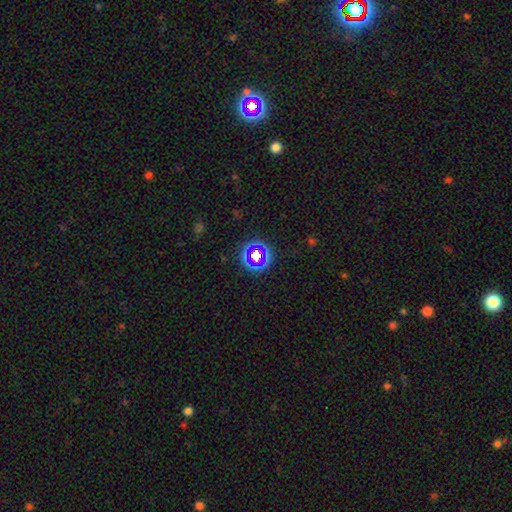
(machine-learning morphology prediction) Smooth or featured? star or artifact (56%)